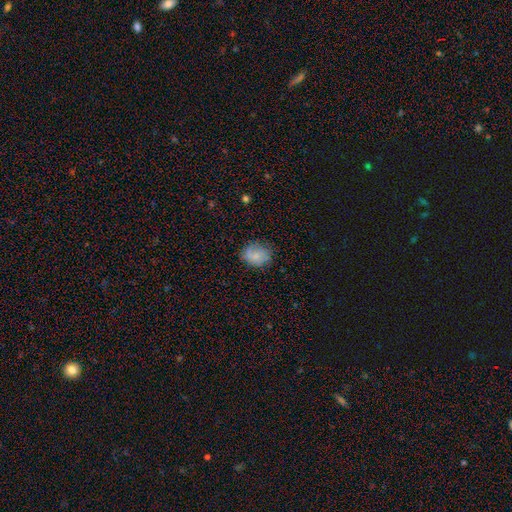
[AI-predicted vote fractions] smooth 73%, featured or disk 18%, star or artifact 9%. Down the decision tree: how rounded — round (59%); merging — none (72%).